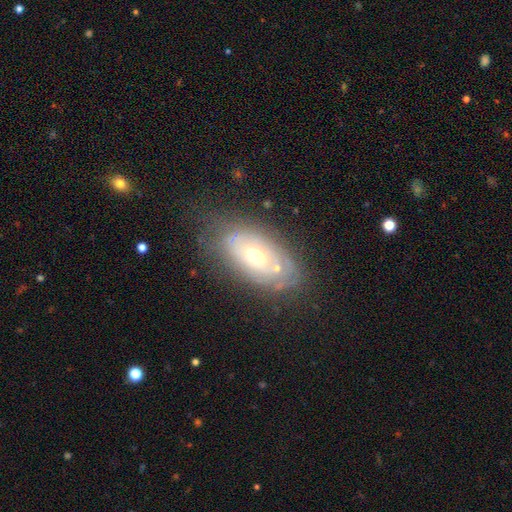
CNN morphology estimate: Smooth or featured?
  - featured or disk: 62% *
  - smooth: 29%
  - star or artifact: 9%
Edge-on disk?
  - no: 89% *
  - yes: 11%
Bar?
  - no: 83% *
  - weak: 13%
  - strong: 3%
Spiral arms?
  - yes: 54% *
  - no: 46%
Bulge size?
  - moderate: 54% *
  - small: 41%
  - large: 3%
  - dominant: 1%
  - none: 1%
Merging?
  - none: 65% *
  - minor disturbance: 22%
  - major disturbance: 8%
  - merger: 5%